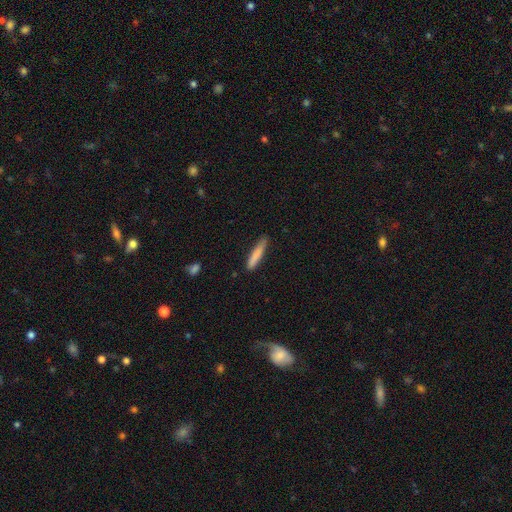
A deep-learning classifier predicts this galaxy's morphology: Q: Smooth or featured?
A: smooth (82%); runner-up: featured or disk (11%)
Q: How rounded?
A: cigar-shaped (91%); runner-up: in between (8%)
Q: Merging?
A: none (81%); runner-up: minor disturbance (15%)